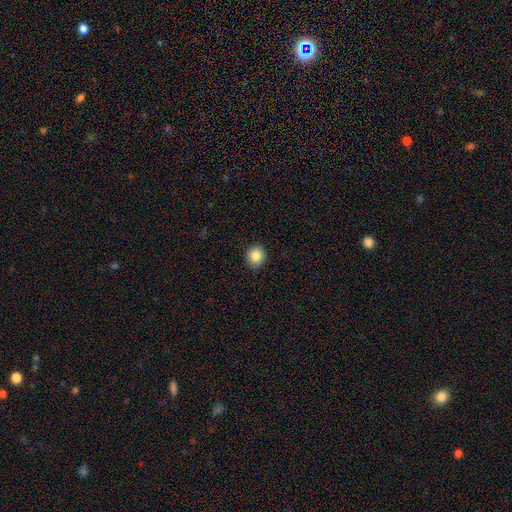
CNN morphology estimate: A smooth galaxy with no disk features (85%) that is round (82%).

Vote fractions:
- Smooth or featured? smooth: 85% / star or artifact: 10% / featured or disk: 6%
- How rounded? round: 82% / in between: 18% / cigar-shaped: 1%
- Merging? none: 90% / minor disturbance: 7% / major disturbance: 2% / merger: 1%